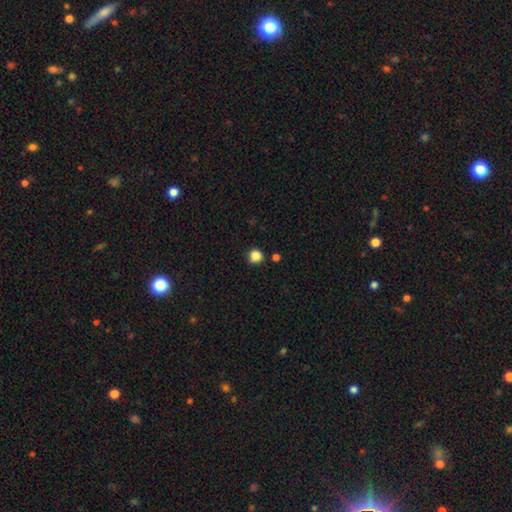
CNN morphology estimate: Q: Smooth or featured?
A: smooth (85%); runner-up: star or artifact (11%)
Q: How rounded?
A: round (92%); runner-up: in between (7%)
Q: Merging?
A: none (87%); runner-up: minor disturbance (7%)